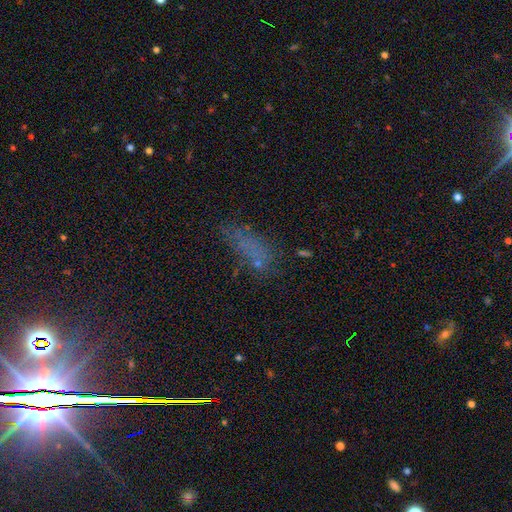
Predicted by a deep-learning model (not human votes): A smooth galaxy with no disk features (54%) that is in between round and cigar-shaped (67%).

Vote fractions:
- Smooth or featured? smooth: 54% / star or artifact: 26% / featured or disk: 20%
- How rounded? in between: 67% / cigar-shaped: 28% / round: 6%
- Merging? none: 50% / minor disturbance: 22% / major disturbance: 21% / merger: 7%